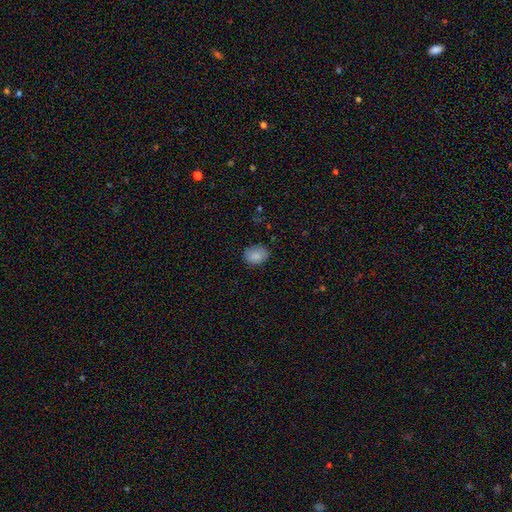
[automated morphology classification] A smooth galaxy with no disk features (86%) that is in between round and cigar-shaped (56%). Merging: none (82%).